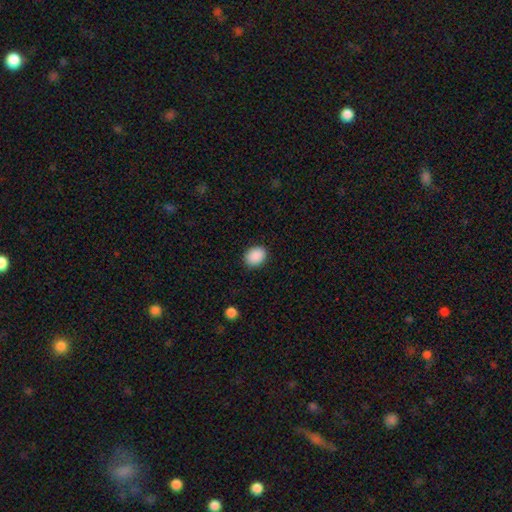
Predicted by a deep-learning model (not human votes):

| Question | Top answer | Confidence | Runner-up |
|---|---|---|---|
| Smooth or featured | smooth | 90% | star or artifact (8%) |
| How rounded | in between | 54% | round (45%) |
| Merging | none | 89% | minor disturbance (8%) |